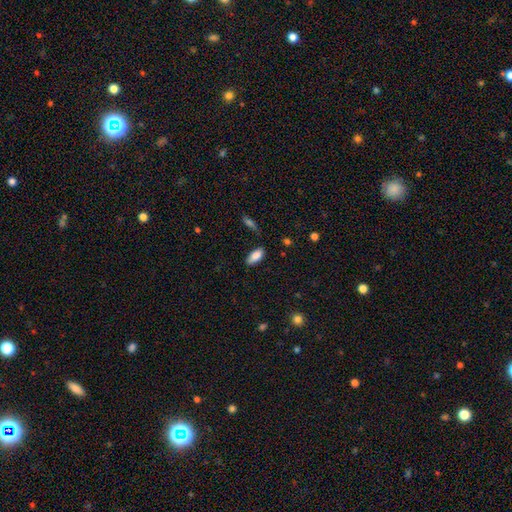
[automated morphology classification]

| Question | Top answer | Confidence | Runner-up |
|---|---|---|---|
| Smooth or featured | smooth | 86% | star or artifact (7%) |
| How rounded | in between | 87% | cigar-shaped (11%) |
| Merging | none | 72% | minor disturbance (21%) |